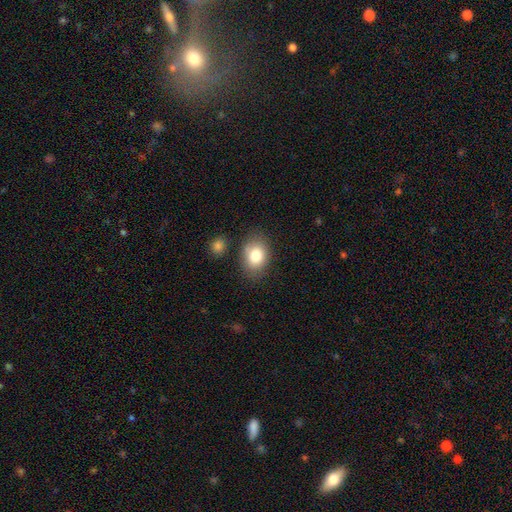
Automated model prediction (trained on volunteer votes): smooth-or-featured: smooth: 81% | featured or disk: 10% | star or artifact: 9%
  how-rounded: in between: 73% | round: 26% | cigar-shaped: 1%
  merging: none: 78% | minor disturbance: 14% | merger: 5% | major disturbance: 4%